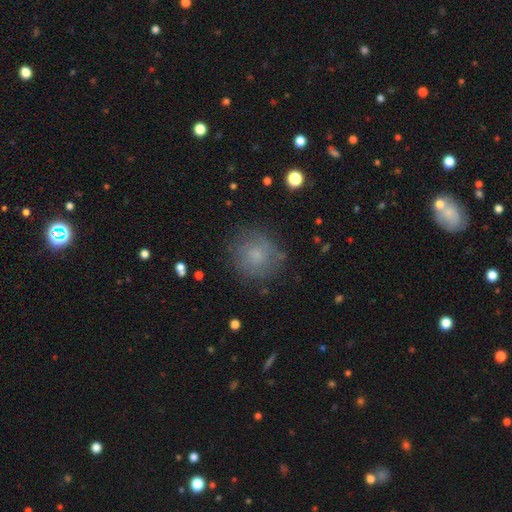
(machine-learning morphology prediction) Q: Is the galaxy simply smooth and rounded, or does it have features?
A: smooth — 66%.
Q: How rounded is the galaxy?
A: round — 89%.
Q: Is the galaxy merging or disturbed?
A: none — 76%.